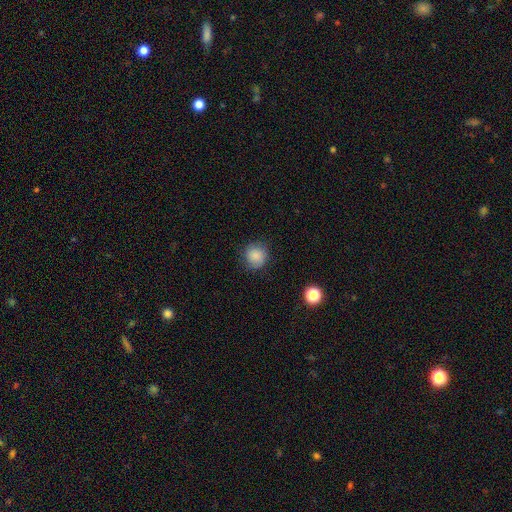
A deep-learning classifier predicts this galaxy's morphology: smooth_or_featured: smooth (p=0.85) [alt: star or artifact p=0.10]
how_rounded: round (p=0.89) [alt: in between p=0.10]
merging: none (p=0.82) [alt: minor disturbance p=0.13]